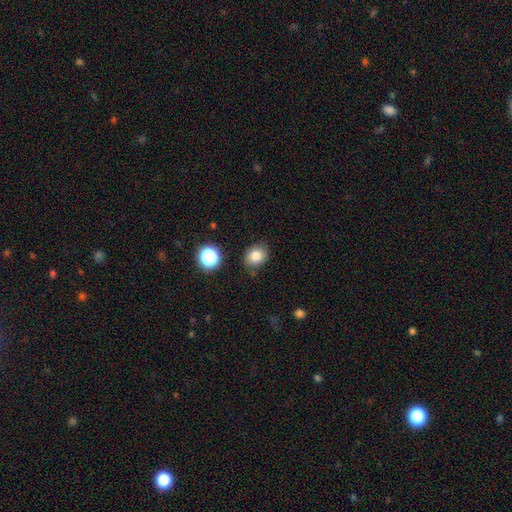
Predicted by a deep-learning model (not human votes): Smooth or featured? Predicted: smooth (p=0.81). How rounded? Predicted: round (p=0.52). Merging? Predicted: none (p=0.82).